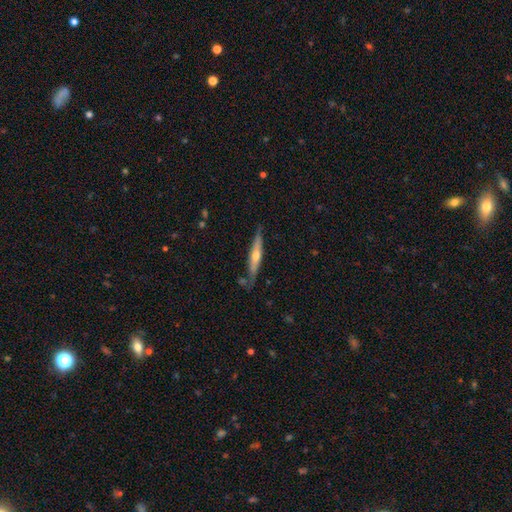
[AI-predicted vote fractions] Smooth or featured?
  - featured or disk: 59% *
  - smooth: 35%
  - star or artifact: 6%
Edge-on disk?
  - yes: 92% *
  - no: 8%
Edge-on bulge?
  - rounded: 81% *
  - none: 14%
  - boxy: 5%
Merging?
  - none: 78% *
  - minor disturbance: 16%
  - merger: 4%
  - major disturbance: 3%